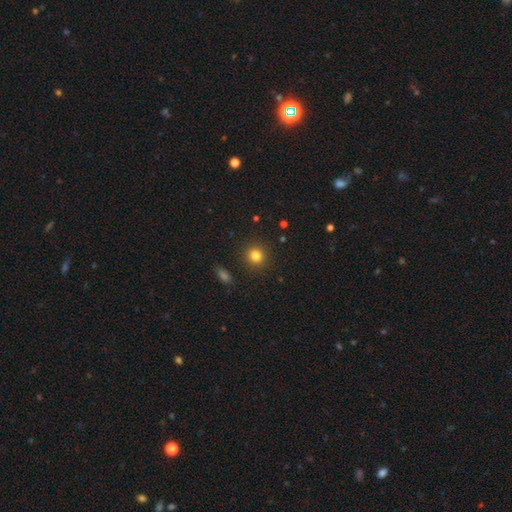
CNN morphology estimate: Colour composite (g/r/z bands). It shows a smooth galaxy with no disk features (82%) that is round (90%). Merging: none (90%).